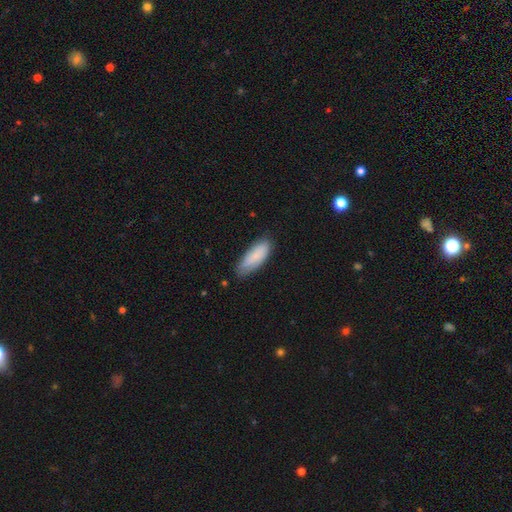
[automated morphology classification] This is likely a smooth galaxy (78%). How rounded: likely in between (71%). Merging: likely none (71%).